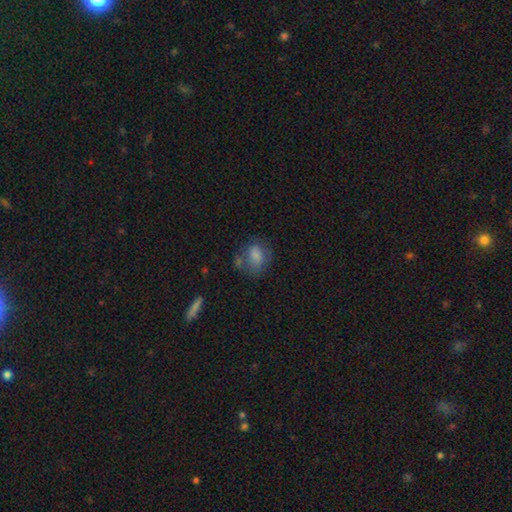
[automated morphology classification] smooth 73%, featured or disk 17%, star or artifact 10%. Down the decision tree: how rounded — in between (55%); merging — none (46%).